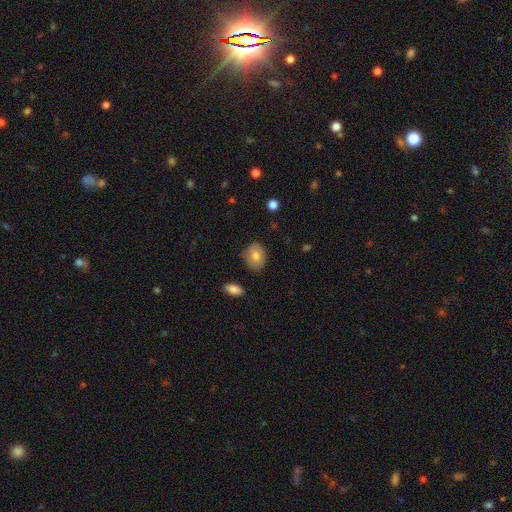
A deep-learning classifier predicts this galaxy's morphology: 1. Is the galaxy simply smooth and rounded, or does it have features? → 79% smooth, 14% featured or disk, 7% star or artifact.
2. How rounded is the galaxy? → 54% in between, 45% round, 1% cigar-shaped.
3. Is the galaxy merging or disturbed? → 81% none, 15% minor disturbance, 3% major disturbance, 2% merger.